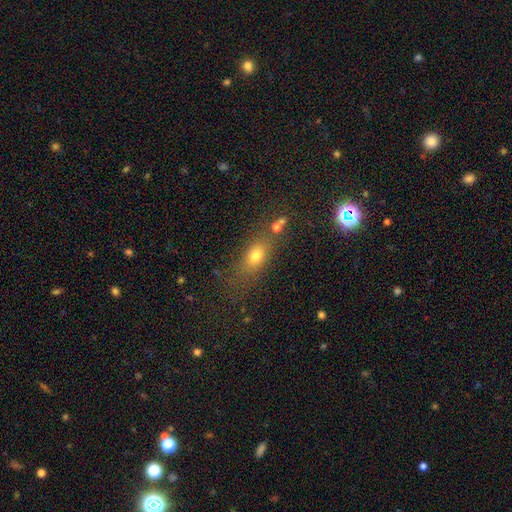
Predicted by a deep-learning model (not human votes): Smooth or featured? Predicted: smooth (p=0.68). How rounded? Predicted: in between (p=0.62). Merging? Predicted: none (p=0.66).